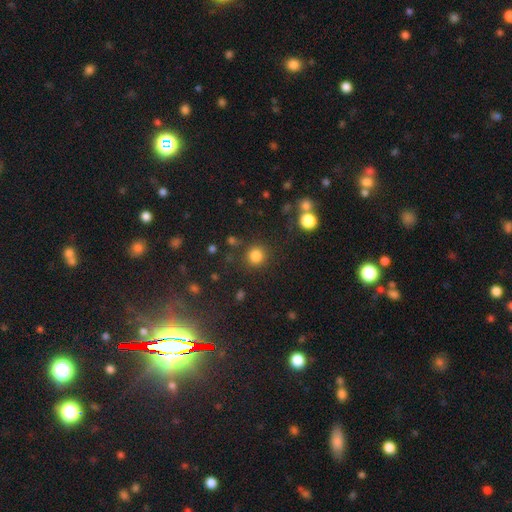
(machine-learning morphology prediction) This is clearly a smooth galaxy (83%). How rounded: clearly round (92%). Merging: clearly none (86%).